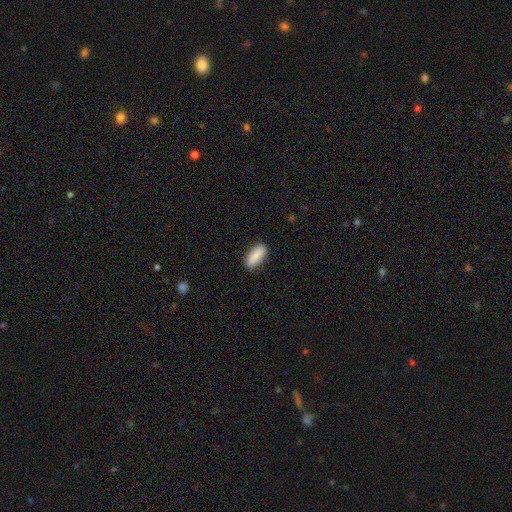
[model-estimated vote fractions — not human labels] This appears to be a smooth galaxy with no disk features (80%) that is in between round and cigar-shaped (79%). Merging: none (86%).